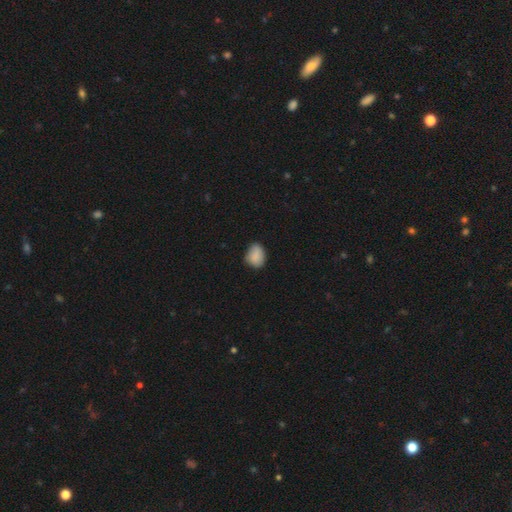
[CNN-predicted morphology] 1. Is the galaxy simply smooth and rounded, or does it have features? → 87% smooth, 8% star or artifact, 5% featured or disk.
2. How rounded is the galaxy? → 65% in between, 34% round, 1% cigar-shaped.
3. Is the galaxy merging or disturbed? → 71% none, 24% minor disturbance, 4% major disturbance, 1% merger.